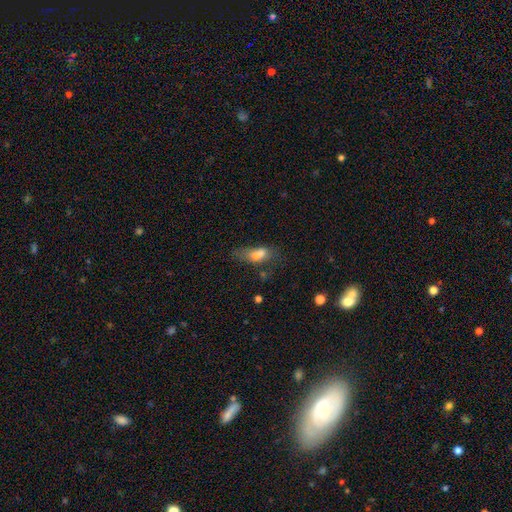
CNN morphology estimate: smooth 55%, featured or disk 27%, star or artifact 18%. Down the decision tree: how rounded — in between (62%); merging — none (36%).